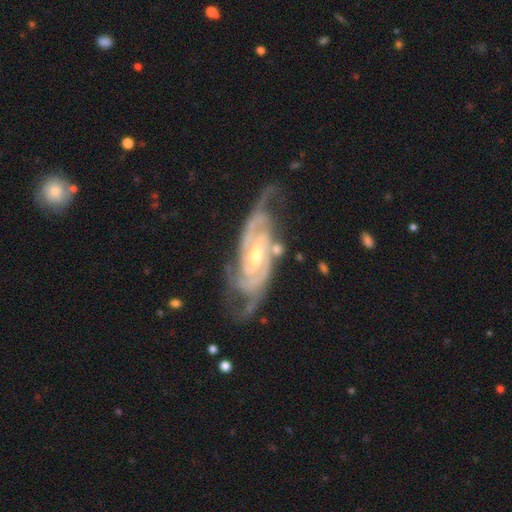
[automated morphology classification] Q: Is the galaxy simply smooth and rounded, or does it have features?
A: featured or disk — 92%.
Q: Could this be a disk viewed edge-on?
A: no — 94%.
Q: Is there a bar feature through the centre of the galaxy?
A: weak — 43%.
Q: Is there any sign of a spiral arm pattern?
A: yes — 98%.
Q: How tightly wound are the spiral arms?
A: tight — 63%.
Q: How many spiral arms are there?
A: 2 — 51%.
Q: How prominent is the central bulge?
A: small — 49%.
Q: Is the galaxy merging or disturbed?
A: none — 66%.